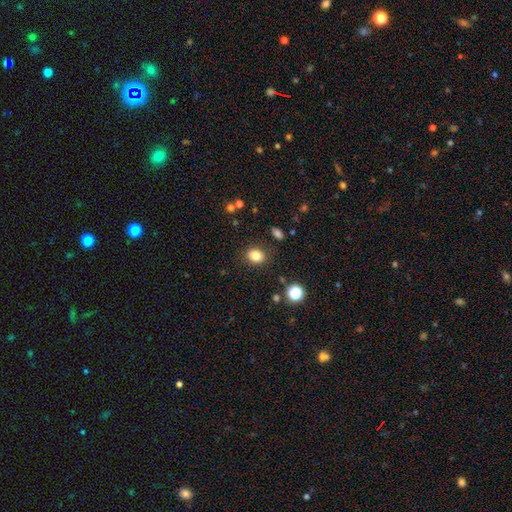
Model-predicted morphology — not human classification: A smooth galaxy with no disk features (82%) that is round (52%).

Vote fractions:
- Smooth or featured? smooth: 82% / star or artifact: 11% / featured or disk: 6%
- How rounded? round: 52% / in between: 47% / cigar-shaped: 1%
- Merging? none: 85% / minor disturbance: 10% / major disturbance: 3% / merger: 2%